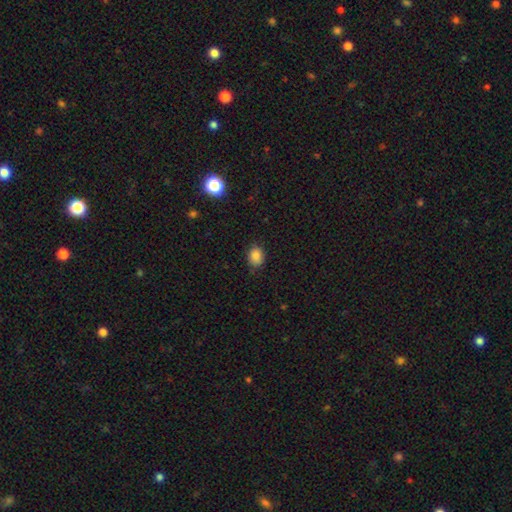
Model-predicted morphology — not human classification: smooth 85%, star or artifact 10%, featured or disk 5%. Down the decision tree: how rounded — in between (56%); merging — none (81%).